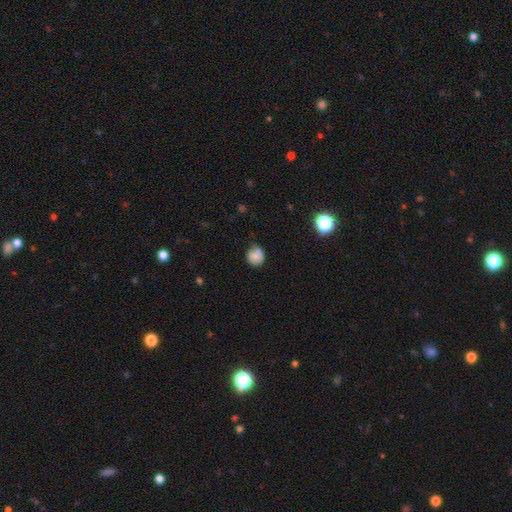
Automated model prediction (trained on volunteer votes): The model was most divided on "merging": none: 54%, minor disturbance: 32%, major disturbance: 8%, merger: 5%. More confident: how rounded — round (78%); smooth or featured — smooth (72%).